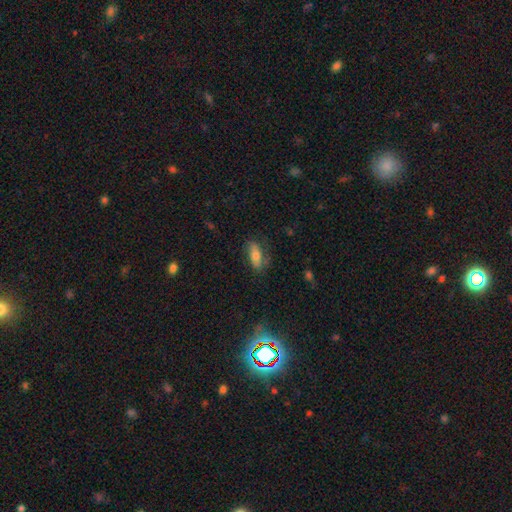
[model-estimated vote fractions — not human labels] Morphology: type=smooth (65%); roundness=in between (72%); merging=none (67%).